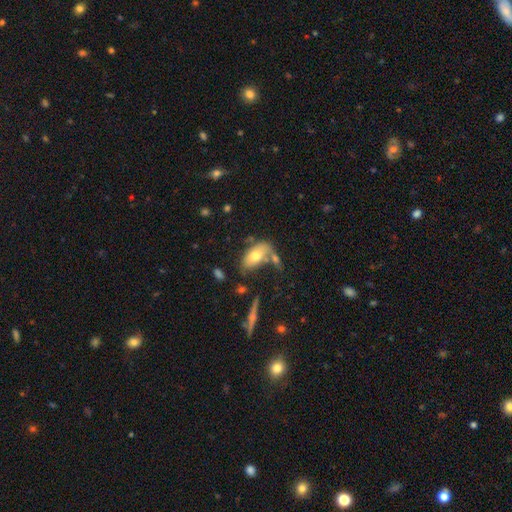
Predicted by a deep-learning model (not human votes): Morphology: type=smooth (67%); roundness=in between (91%); merging=none (48%).